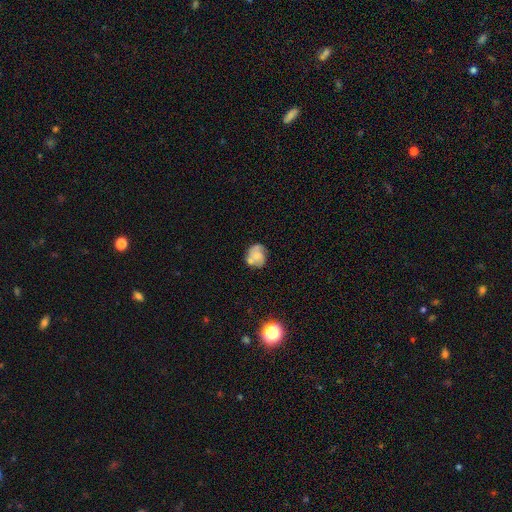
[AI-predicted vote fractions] Smooth or featured: featured or disk — 47% (smooth — 44%)
Merging: none — 54% (minor disturbance — 23%)